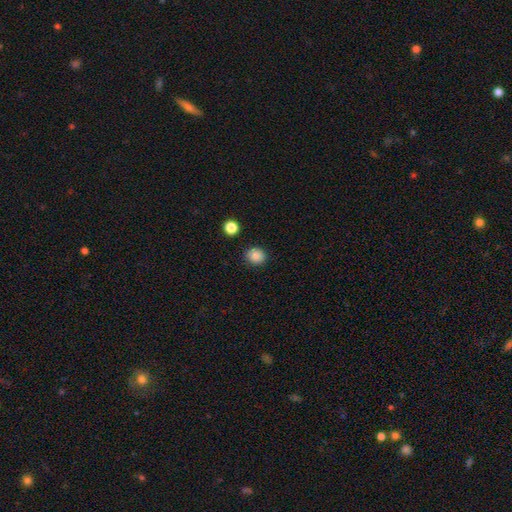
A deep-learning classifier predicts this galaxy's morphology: This is clearly a smooth galaxy (86%). How rounded: likely round (80%). Merging: clearly none (87%).